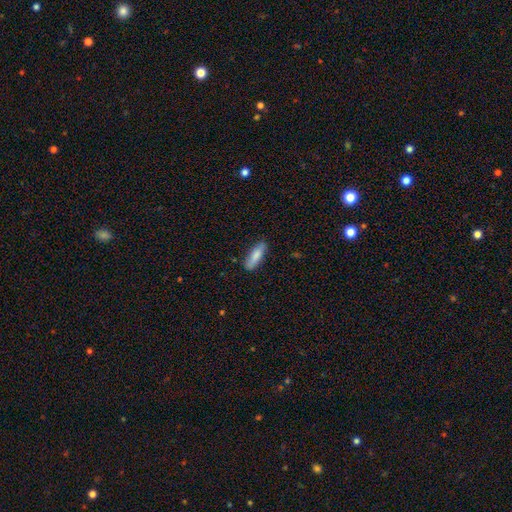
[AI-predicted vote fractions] smooth-or-featured: smooth: 81% | featured or disk: 13% | star or artifact: 6%
  how-rounded: in between: 53% | cigar-shaped: 45% | round: 2%
  merging: none: 84% | minor disturbance: 13% | major disturbance: 2% | merger: 1%